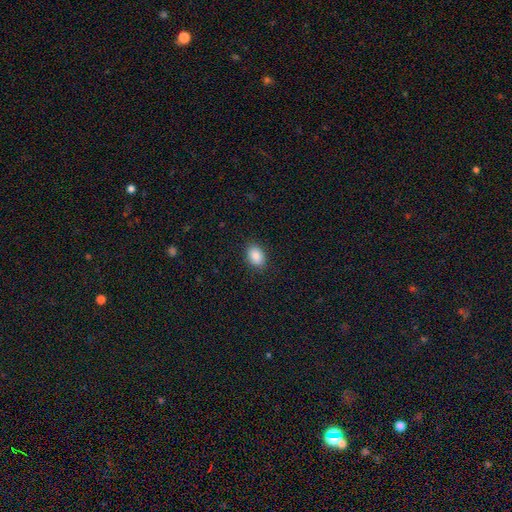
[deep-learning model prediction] smooth_or_featured: smooth (p=0.88) [alt: star or artifact p=0.08]
how_rounded: in between (p=0.79) [alt: round p=0.19]
merging: none (p=0.88) [alt: minor disturbance p=0.09]